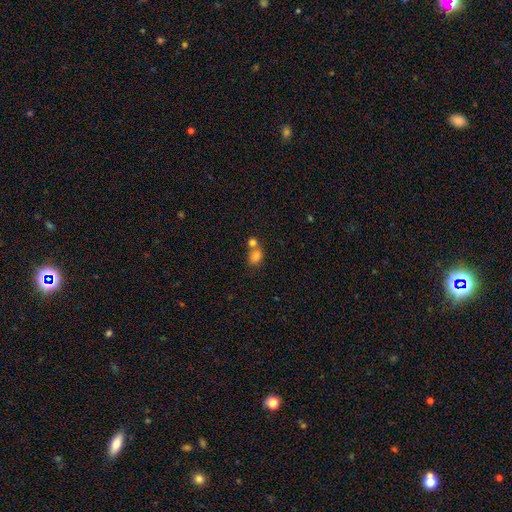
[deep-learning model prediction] Q: Smooth or featured?
A: smooth (81%); runner-up: star or artifact (11%)
Q: How rounded?
A: in between (65%); runner-up: round (33%)
Q: Merging?
A: merger (46%); runner-up: none (40%)